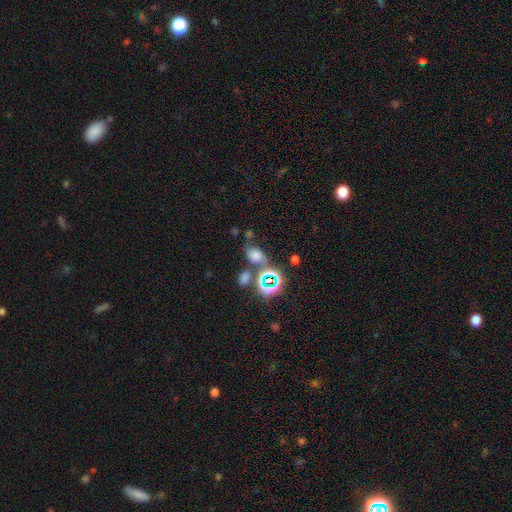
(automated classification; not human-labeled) Overall: smooth (54%; star or artifact 29%). How rounded: in between (61%; round 36%). Merging: none (47%; merger 27%).